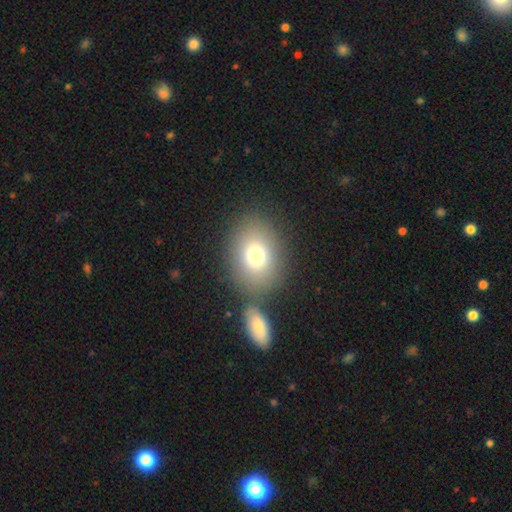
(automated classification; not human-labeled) Smooth or featured?
  - smooth: 76% *
  - featured or disk: 13%
  - star or artifact: 11%
How rounded?
  - in between: 55% *
  - round: 44%
  - cigar-shaped: 1%
Merging?
  - none: 66% *
  - merger: 18%
  - minor disturbance: 11%
  - major disturbance: 5%